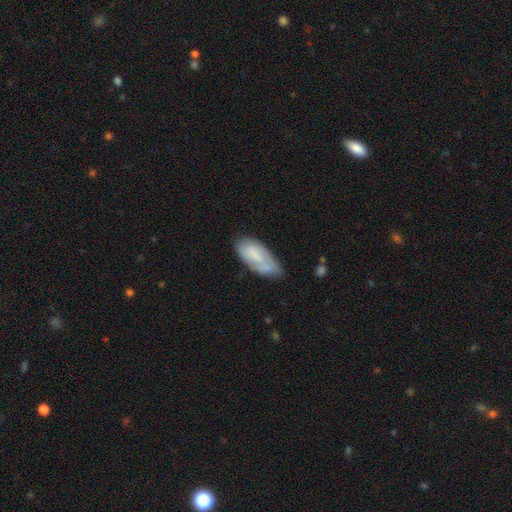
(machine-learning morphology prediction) Smooth or featured?
  - smooth: 55% *
  - featured or disk: 37%
  - star or artifact: 7%
How rounded?
  - in between: 86% *
  - cigar-shaped: 12%
  - round: 2%
Merging?
  - none: 52% *
  - minor disturbance: 34%
  - major disturbance: 10%
  - merger: 4%